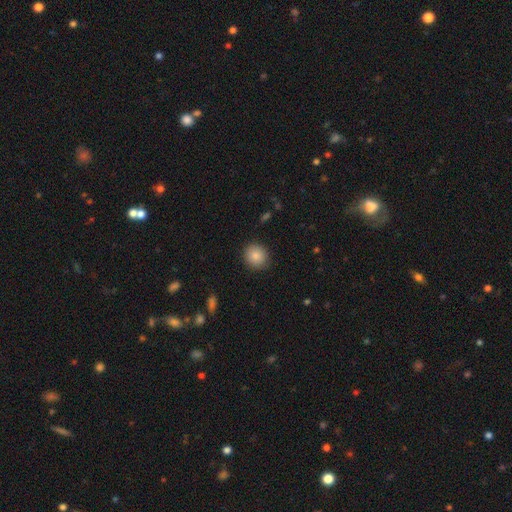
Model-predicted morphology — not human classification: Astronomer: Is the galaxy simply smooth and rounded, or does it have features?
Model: smooth — 86%.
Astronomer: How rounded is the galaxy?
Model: round — 90%.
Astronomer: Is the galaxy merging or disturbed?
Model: none — 90%.